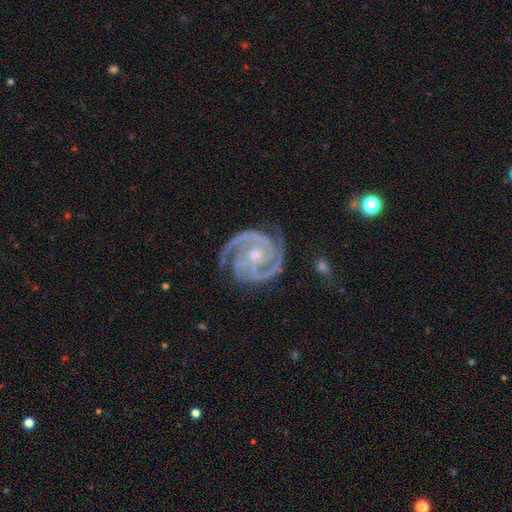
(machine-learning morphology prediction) featured or disk 94%, star or artifact 4%, smooth 2%. Down the decision tree: edge-on disk — no (98%); bar — no (64%); spiral arms — yes (99%); spiral arm count — 2 (48%); spiral winding — tight (70%); bulge size — small (64%); merging — none (76%).